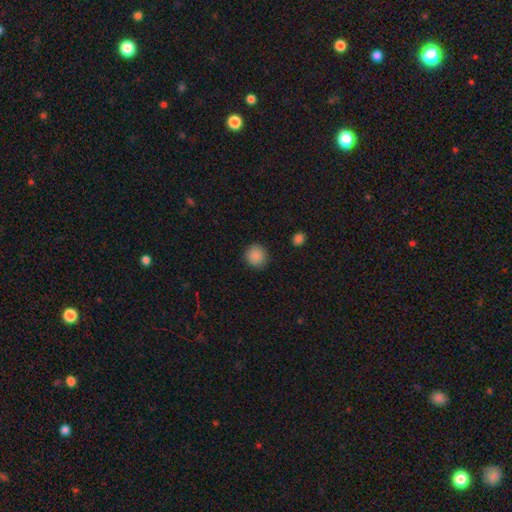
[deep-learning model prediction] This appears to be a smooth galaxy with no disk features (88%) that is round (91%). Merging: none (90%).